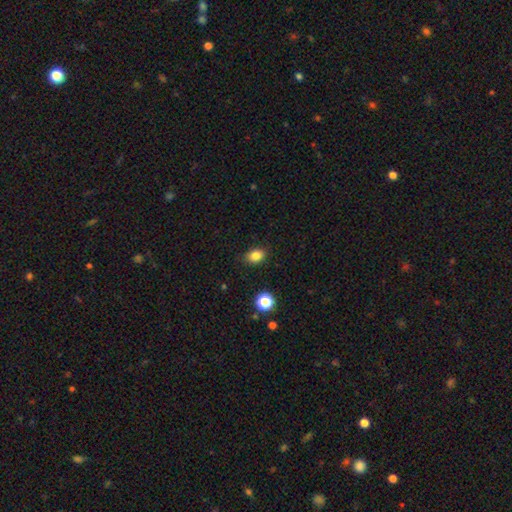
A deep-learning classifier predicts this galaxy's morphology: Smooth or featured? smooth (83%)
How rounded? in between (75%)
Merging? none (85%)